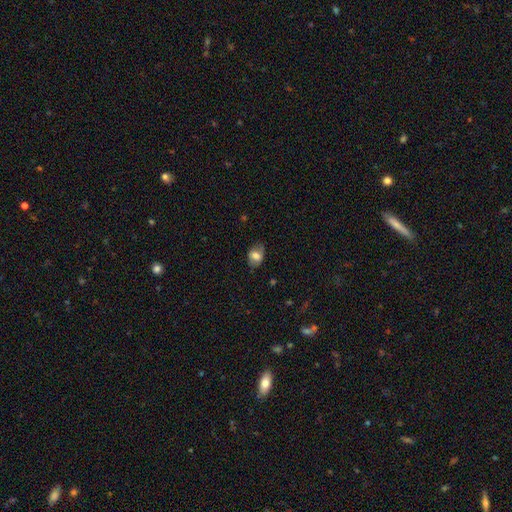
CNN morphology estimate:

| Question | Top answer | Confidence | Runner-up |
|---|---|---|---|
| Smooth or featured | smooth | 70% | featured or disk (22%) |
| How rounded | in between | 78% | round (21%) |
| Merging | none | 70% | minor disturbance (21%) |